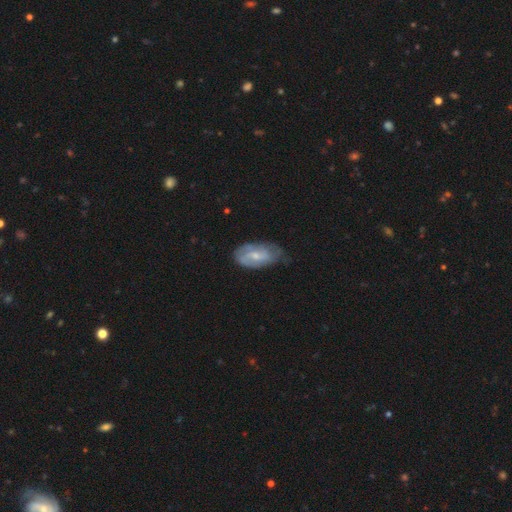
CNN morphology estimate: smooth-or-featured: featured or disk: 62% | smooth: 32% | star or artifact: 6%
  disk-edge-on: no: 94% | yes: 6%
    bar: no: 46% | weak: 44% | strong: 11%
    has-spiral-arms: yes: 80% | no: 20%
    bulge-size: small: 57% | moderate: 38% | none: 3% | large: 1% | dominant: 1%
  merging: none: 57% | minor disturbance: 33% | major disturbance: 9% | merger: 2%